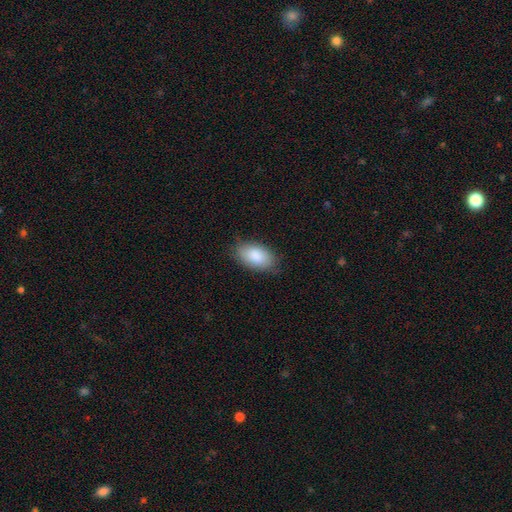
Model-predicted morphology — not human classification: A smooth galaxy with no disk features (88%) that is in between round and cigar-shaped (94%). Merging: none (81%).